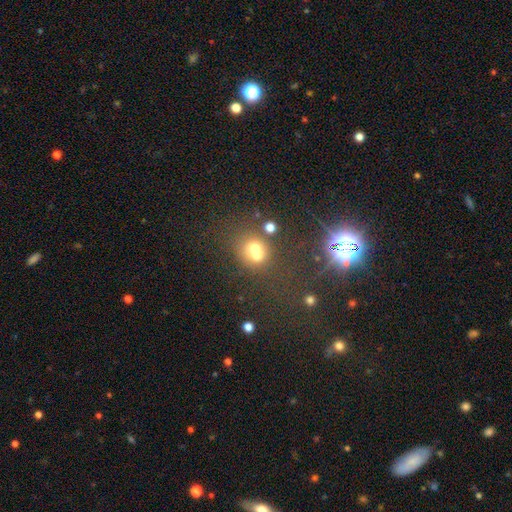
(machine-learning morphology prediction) smooth_or_featured: smooth (p=0.61) [alt: featured or disk p=0.20]
how_rounded: round (p=0.75) [alt: in between p=0.24]
merging: merger (p=0.52) [alt: none p=0.35]